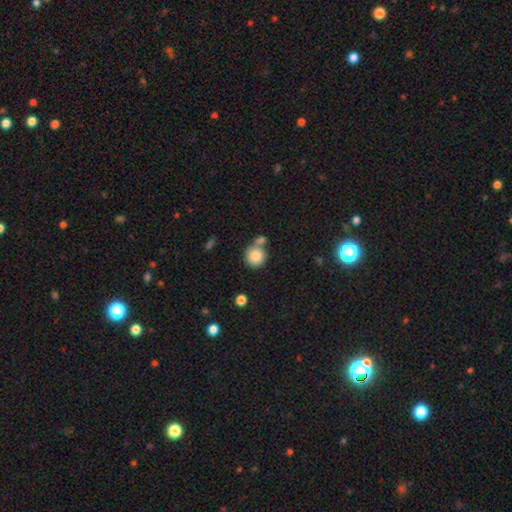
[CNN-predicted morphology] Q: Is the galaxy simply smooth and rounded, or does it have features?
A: smooth — 85%.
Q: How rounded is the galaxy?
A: round — 91%.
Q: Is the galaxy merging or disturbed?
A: none — 57%.